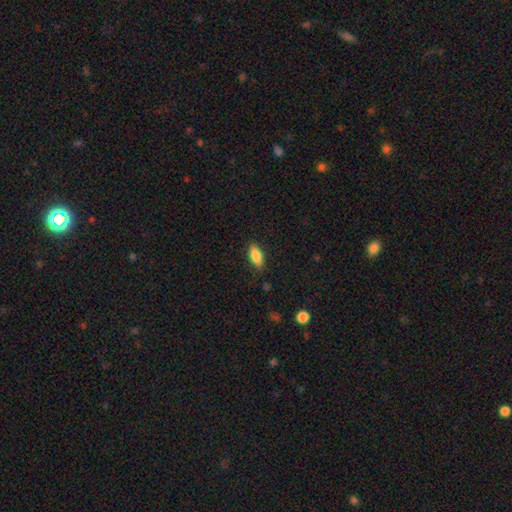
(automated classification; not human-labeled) This is clearly a smooth galaxy (83%). How rounded: clearly in between (81%). Merging: clearly none (83%).